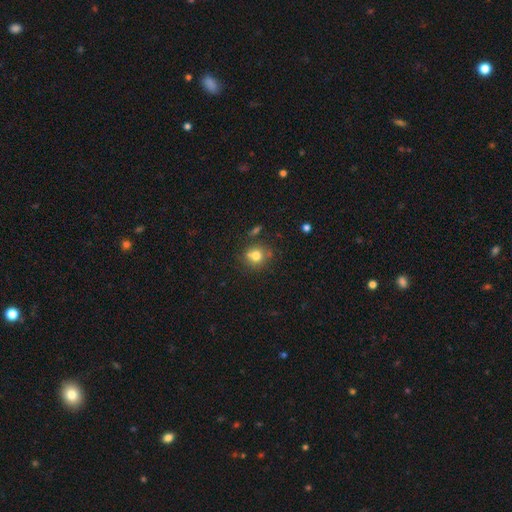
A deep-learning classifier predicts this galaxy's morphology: Smooth or featured? smooth (77%)
How rounded? round (82%)
Merging? none (70%)